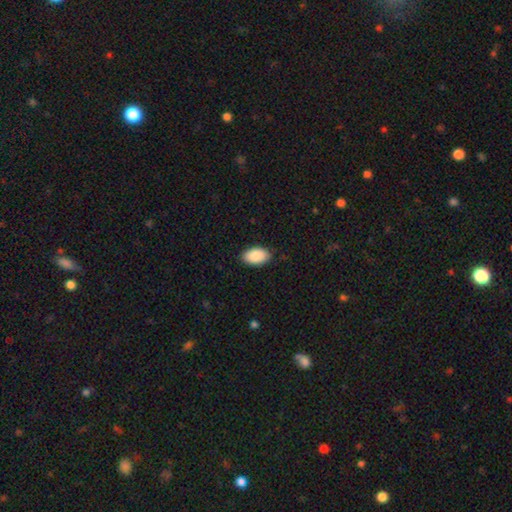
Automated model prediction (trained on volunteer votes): smooth_or_featured: smooth (p=0.90) [alt: star or artifact p=0.06]
how_rounded: in between (p=0.95) [alt: round p=0.04]
merging: none (p=0.88) [alt: minor disturbance p=0.09]